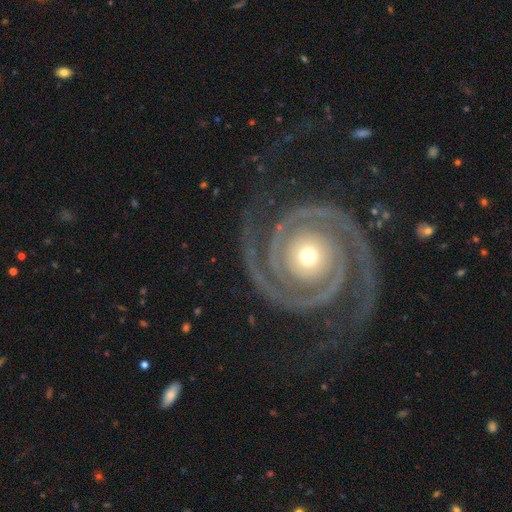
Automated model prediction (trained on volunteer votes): A featured or disk galaxy (94%) with no bar (76%), 2 (91%) tight (78%) spiral arms (99%) and a moderate central bulge (52%).

Vote fractions:
- Smooth or featured? featured or disk: 94% / star or artifact: 4% / smooth: 2%
- Edge-on disk? no: 98% / yes: 2%
- Bar? no: 76% / weak: 12% / strong: 12%
- Spiral arms? yes: 99% / no: 1%
- Spiral winding? tight: 78% / medium: 19% / loose: 3%
- Spiral arm count? 2: 91% / 3: 4% / can't tell: 2% / 4: 1% / 1: 1% / more than 4: 1%
- Bulge size? moderate: 52% / small: 43% / large: 3% / dominant: 1% / none: 1%
- Merging? none: 79% / minor disturbance: 12% / major disturbance: 7% / merger: 2%